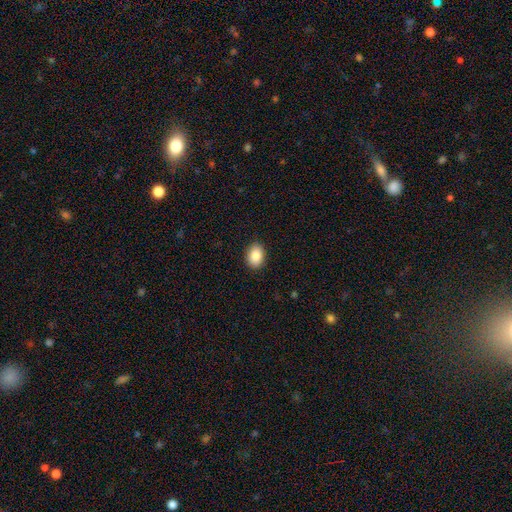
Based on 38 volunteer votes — Volunteers were most divided on "how rounded": in between: 61%, round: 39%, cigar-shaped: 0%. More confident: smooth or featured — smooth (95%); merging — none (86%).